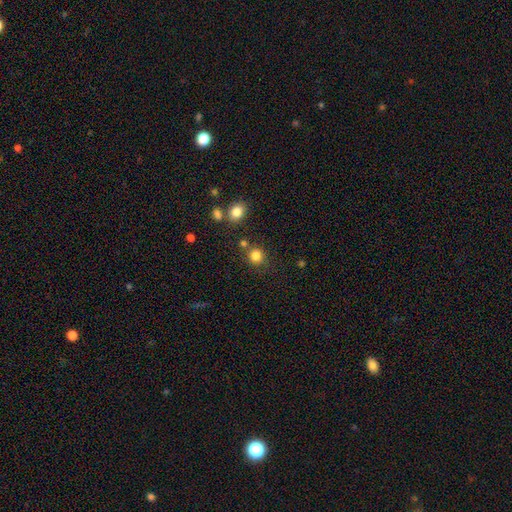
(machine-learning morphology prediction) Q: Smooth or featured?
A: smooth (82%); runner-up: star or artifact (13%)
Q: How rounded?
A: round (89%); runner-up: in between (10%)
Q: Merging?
A: none (78%); runner-up: merger (10%)